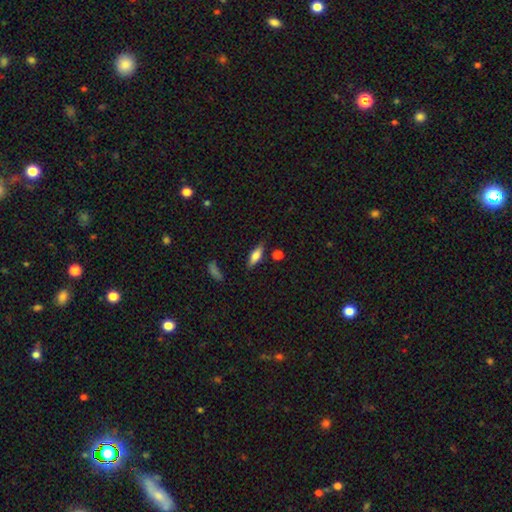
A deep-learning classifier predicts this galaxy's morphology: Smooth or featured?
  - smooth: 64% *
  - featured or disk: 28%
  - star or artifact: 7%
How rounded?
  - in between: 51% *
  - cigar-shaped: 47%
  - round: 3%
Merging?
  - none: 79% *
  - minor disturbance: 14%
  - merger: 4%
  - major disturbance: 3%